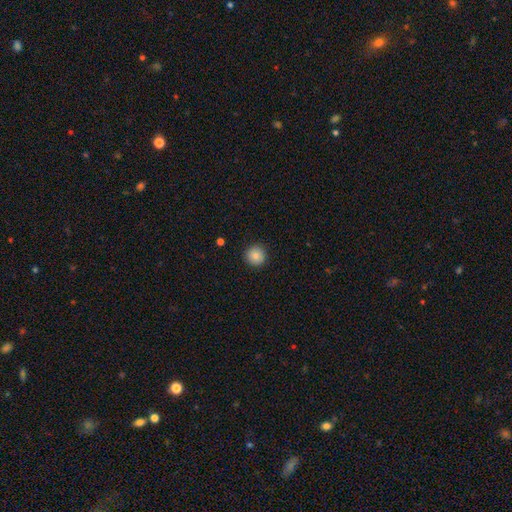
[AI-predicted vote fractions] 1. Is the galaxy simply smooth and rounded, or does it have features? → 85% smooth, 9% star or artifact, 6% featured or disk.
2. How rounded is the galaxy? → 95% round, 4% in between, 1% cigar-shaped.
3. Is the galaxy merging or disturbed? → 91% none, 6% minor disturbance, 2% major disturbance, 1% merger.